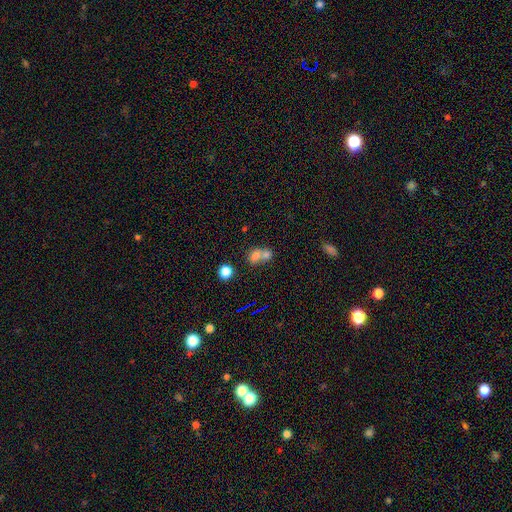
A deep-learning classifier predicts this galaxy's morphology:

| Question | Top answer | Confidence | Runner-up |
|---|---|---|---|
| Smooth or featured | smooth | 71% | featured or disk (15%) |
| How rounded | in between | 51% | round (47%) |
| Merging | merger | 67% | none (24%) |